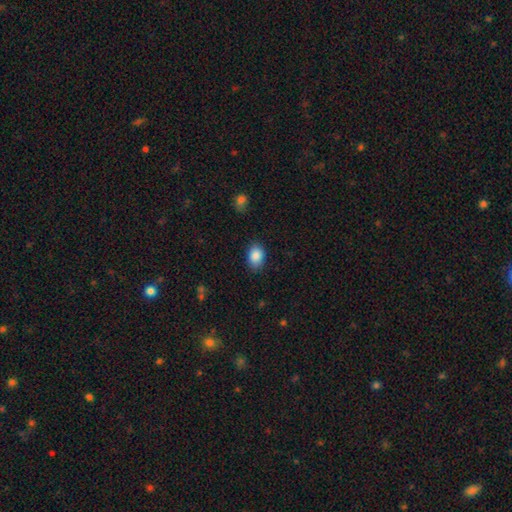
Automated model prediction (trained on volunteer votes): A smooth galaxy with no disk features (88%) that is in between round and cigar-shaped (79%).

Vote fractions:
- Smooth or featured? smooth: 88% / star or artifact: 8% / featured or disk: 4%
- How rounded? in between: 79% / round: 20% / cigar-shaped: 1%
- Merging? none: 83% / minor disturbance: 13% / major disturbance: 3% / merger: 1%